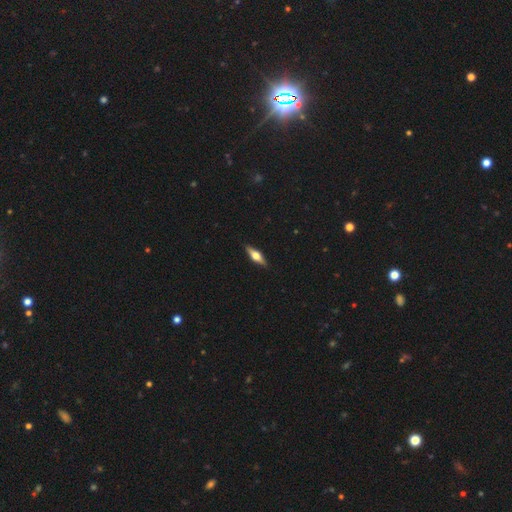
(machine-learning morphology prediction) Overall: featured or disk (62%; smooth 32%). Edge-on disk: yes (95%). Edge-on bulge: rounded (94%). Merging: none (90%).